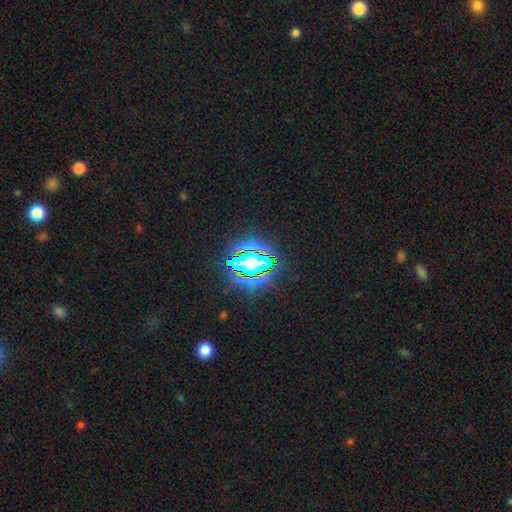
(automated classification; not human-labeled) A star or artifact, not a galaxy (74%).

Vote fractions:
- Smooth or featured? star or artifact: 74% / smooth: 14% / featured or disk: 12%